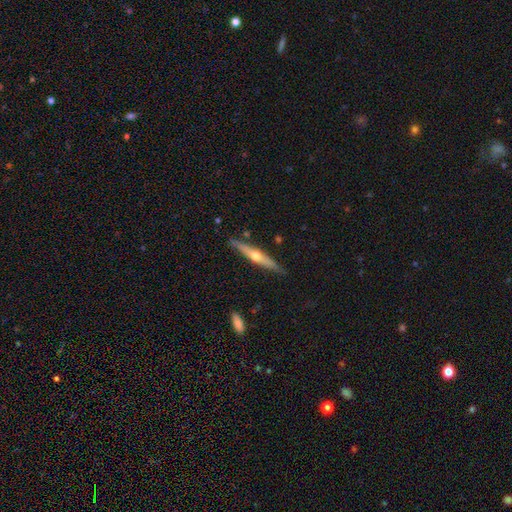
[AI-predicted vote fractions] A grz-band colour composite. It shows a featured or disk galaxy (67%) viewed edge-on (96%) with a rounded central bulge (90%). Merging: none (86%).